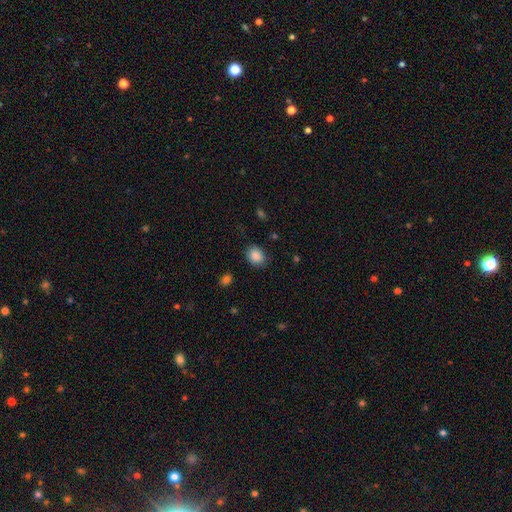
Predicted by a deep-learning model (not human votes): smooth-or-featured: smooth: 88% | star or artifact: 9% | featured or disk: 4%
  how-rounded: in between: 51% | round: 48% | cigar-shaped: 1%
  merging: none: 81% | minor disturbance: 14% | major disturbance: 3% | merger: 1%